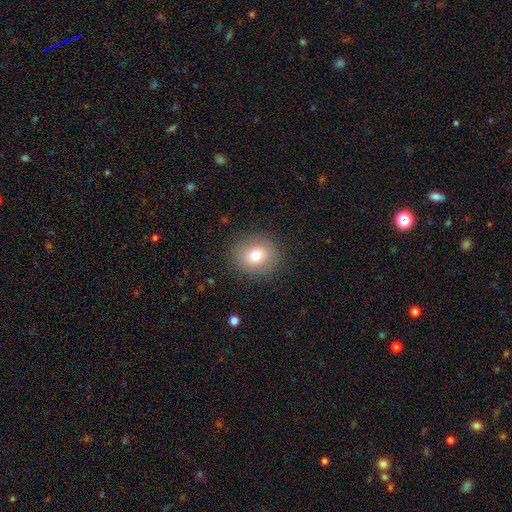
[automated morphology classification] A smooth galaxy with no disk features (76%) that is round (78%). Merging: none (87%).